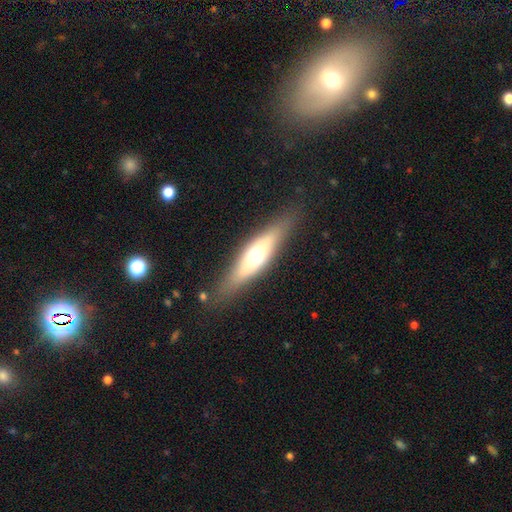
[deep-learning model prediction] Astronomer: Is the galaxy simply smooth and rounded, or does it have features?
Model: featured or disk — 48% (runner-up: smooth, 46%).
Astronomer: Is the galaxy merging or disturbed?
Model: none — 84%.